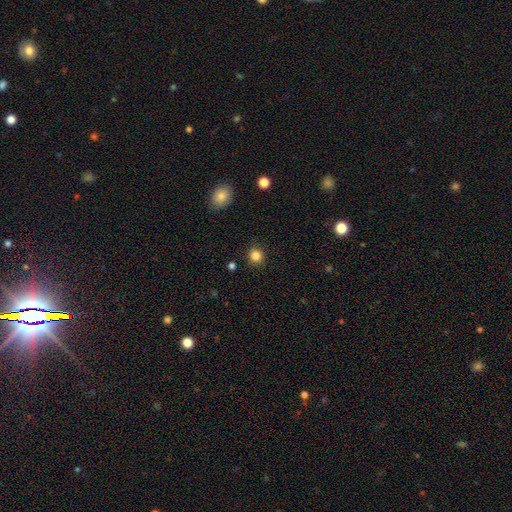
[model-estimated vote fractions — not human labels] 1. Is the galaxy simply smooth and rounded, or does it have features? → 84% smooth, 12% star or artifact, 4% featured or disk.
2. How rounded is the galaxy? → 84% round, 15% in between, 1% cigar-shaped.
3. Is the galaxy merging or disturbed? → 90% none, 7% minor disturbance, 2% major disturbance, 1% merger.